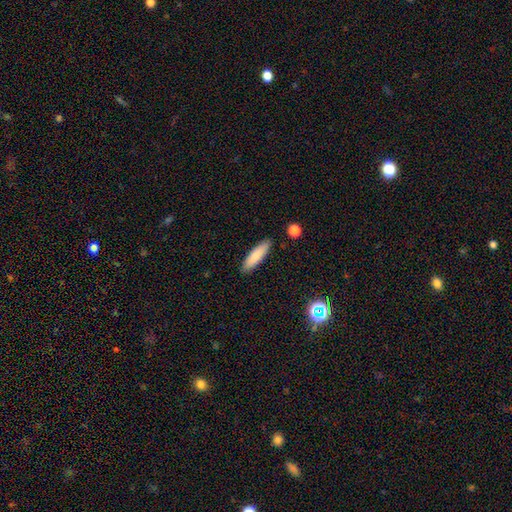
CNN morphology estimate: smooth_or_featured: smooth (p=0.82) [alt: featured or disk p=0.12]
how_rounded: cigar-shaped (p=0.68) [alt: in between p=0.31]
merging: none (p=0.89) [alt: minor disturbance p=0.08]